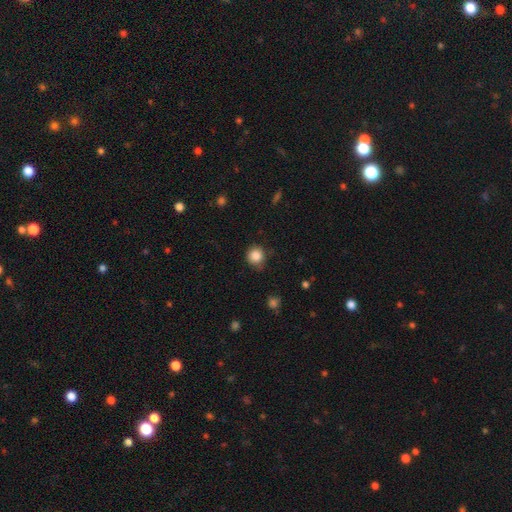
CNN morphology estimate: This is clearly a smooth galaxy (85%). How rounded: clearly round (92%). Merging: likely none (79%).